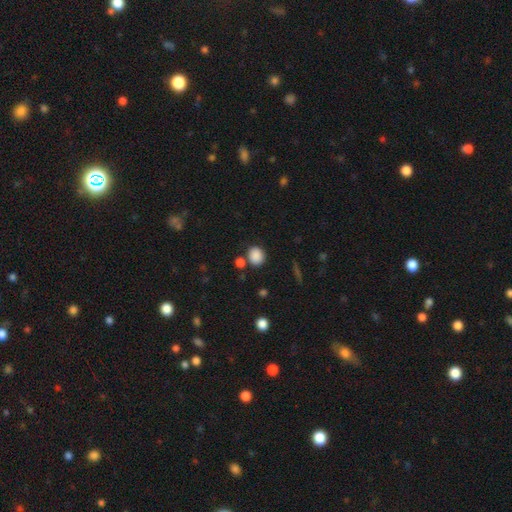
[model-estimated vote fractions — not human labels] Smooth or featured?
  - smooth: 87% *
  - star or artifact: 10%
  - featured or disk: 4%
How rounded?
  - round: 69% *
  - in between: 30%
  - cigar-shaped: 1%
Merging?
  - none: 77% *
  - minor disturbance: 10%
  - merger: 10%
  - major disturbance: 3%